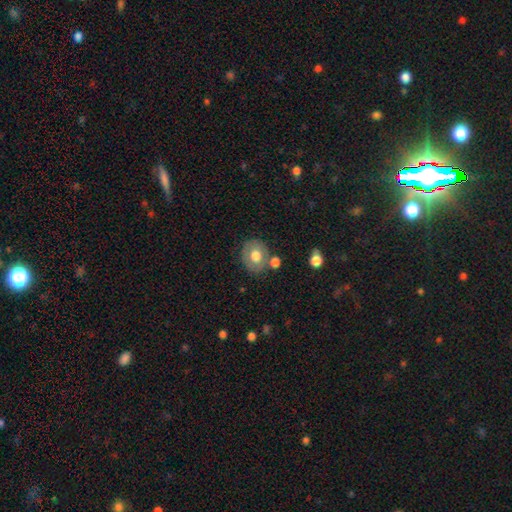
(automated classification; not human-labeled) A smooth galaxy with no disk features (64%) that is round (61%). Merging: none (69%).